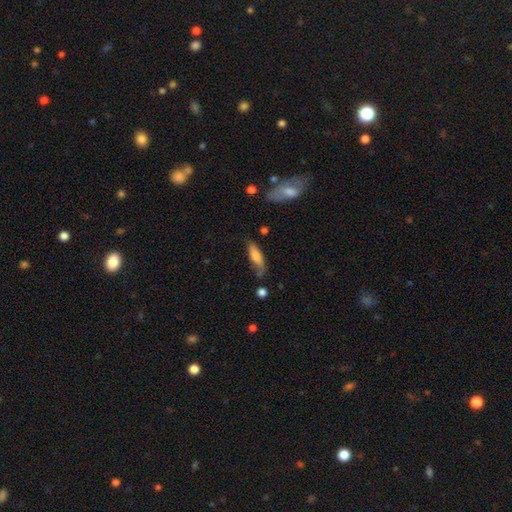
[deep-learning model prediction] Smooth or featured? smooth (74%)
How rounded? in between (50%)
Merging? none (55%)